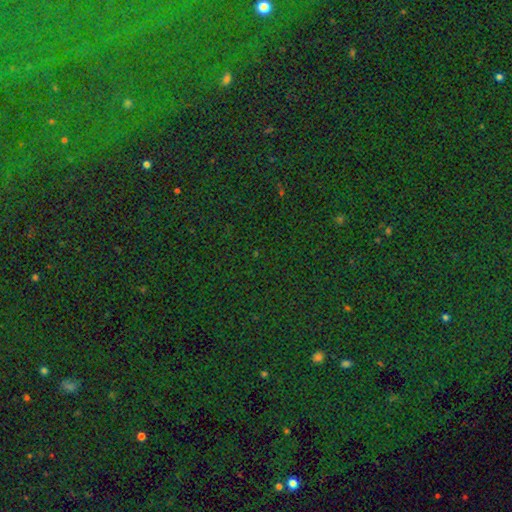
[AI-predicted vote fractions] This appears to be a star or artifact, not a galaxy (83%).